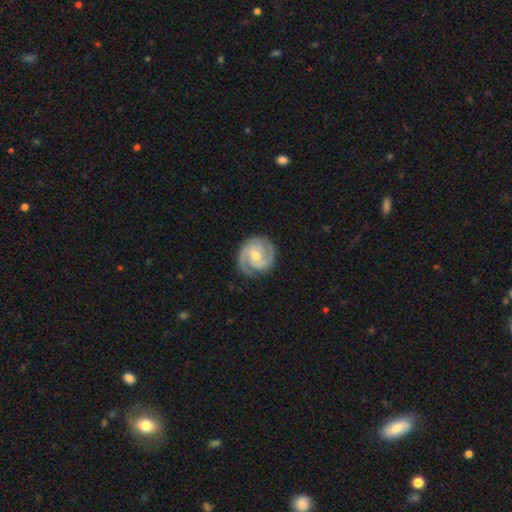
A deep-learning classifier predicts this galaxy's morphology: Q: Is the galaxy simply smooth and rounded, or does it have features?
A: featured or disk — 88%.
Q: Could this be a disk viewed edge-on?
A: no — 98%.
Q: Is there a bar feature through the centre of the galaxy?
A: no — 53%.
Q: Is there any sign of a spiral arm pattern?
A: yes — 97%.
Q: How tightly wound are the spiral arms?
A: tight — 58%.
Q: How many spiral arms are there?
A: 2 — 82%.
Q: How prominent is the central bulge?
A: moderate — 57%.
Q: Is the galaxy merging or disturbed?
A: none — 83%.